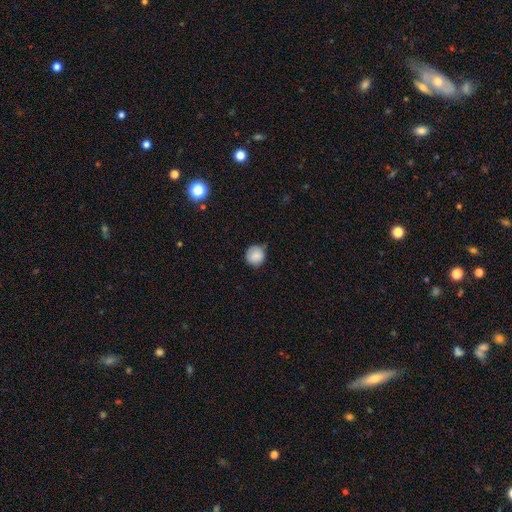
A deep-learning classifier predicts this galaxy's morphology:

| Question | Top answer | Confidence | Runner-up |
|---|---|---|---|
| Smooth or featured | smooth | 87% | star or artifact (9%) |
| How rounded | round | 93% | in between (6%) |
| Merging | none | 73% | minor disturbance (21%) |